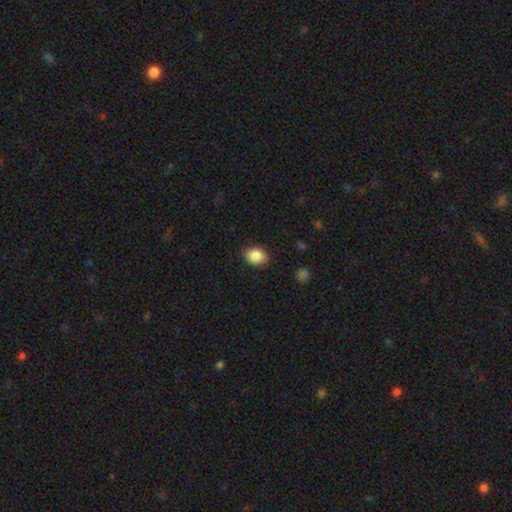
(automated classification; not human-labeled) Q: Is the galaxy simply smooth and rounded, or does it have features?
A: smooth — 87%.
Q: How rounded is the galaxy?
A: in between — 67%.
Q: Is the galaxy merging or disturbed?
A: none — 86%.